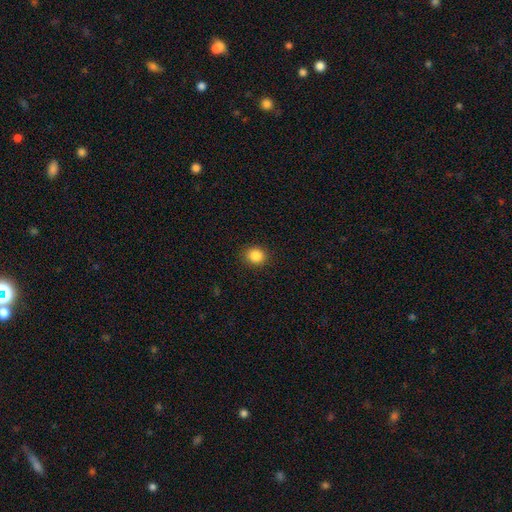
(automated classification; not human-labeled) Smooth or featured? Predicted: smooth (p=0.86). How rounded? Predicted: round (p=0.81). Merging? Predicted: none (p=0.90).